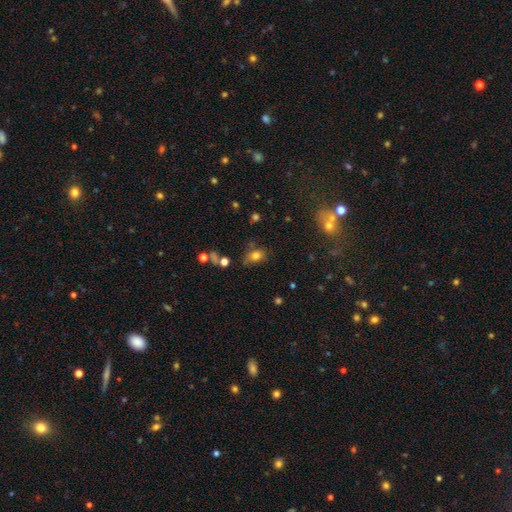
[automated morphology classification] smooth-or-featured: smooth: 75% | star or artifact: 15% | featured or disk: 10%
  how-rounded: in between: 68% | round: 29% | cigar-shaped: 2%
  merging: none: 61% | minor disturbance: 24% | major disturbance: 9% | merger: 5%